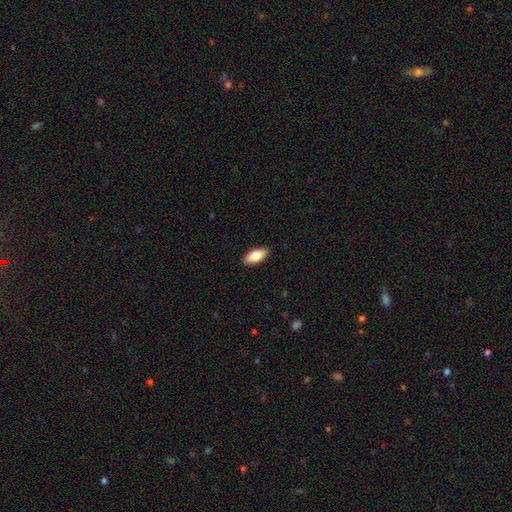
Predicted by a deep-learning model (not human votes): A smooth galaxy with no disk features (79%) that is in between round and cigar-shaped (86%). Merging: none (89%).